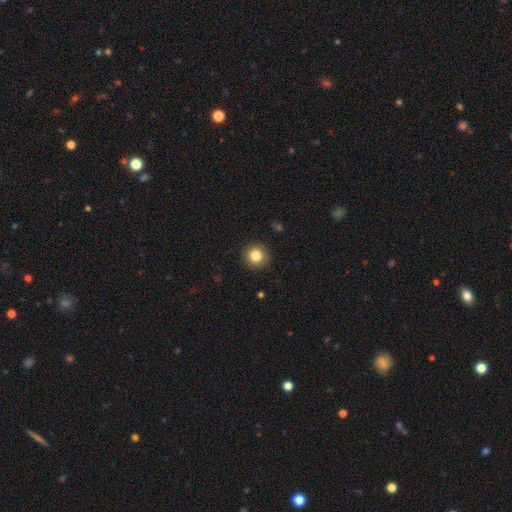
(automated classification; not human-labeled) Q: Smooth or featured?
A: smooth (84%); runner-up: star or artifact (10%)
Q: How rounded?
A: round (94%); runner-up: in between (5%)
Q: Merging?
A: none (91%); runner-up: minor disturbance (6%)